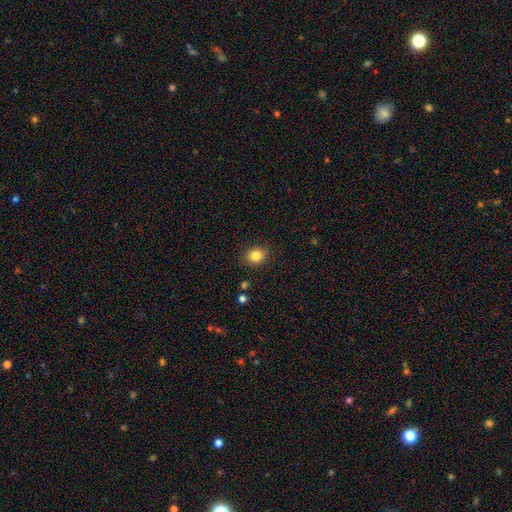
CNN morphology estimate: smooth-or-featured: smooth: 84% | star or artifact: 10% | featured or disk: 6%
  how-rounded: round: 61% | in between: 38% | cigar-shaped: 1%
  merging: none: 87% | minor disturbance: 9% | major disturbance: 2% | merger: 2%